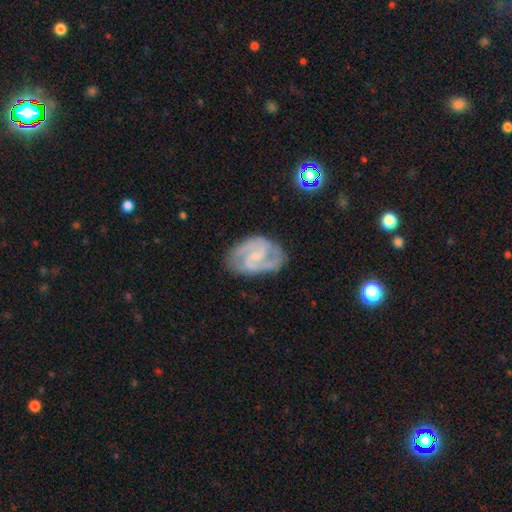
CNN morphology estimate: This appears to be a featured or disk galaxy (86%) with a weak bar (51%), 2 (75%) medium (55%) spiral arms (96%) and a small central bulge (68%). Merging: none (73%).